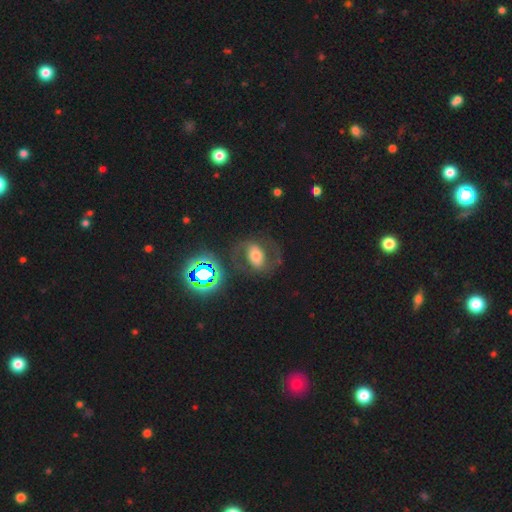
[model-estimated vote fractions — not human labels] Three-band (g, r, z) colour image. It shows a featured or disk galaxy (58%) with no bar (39%), spiral arms (79%) and a moderate central bulge (46%). Merging: none (69%).